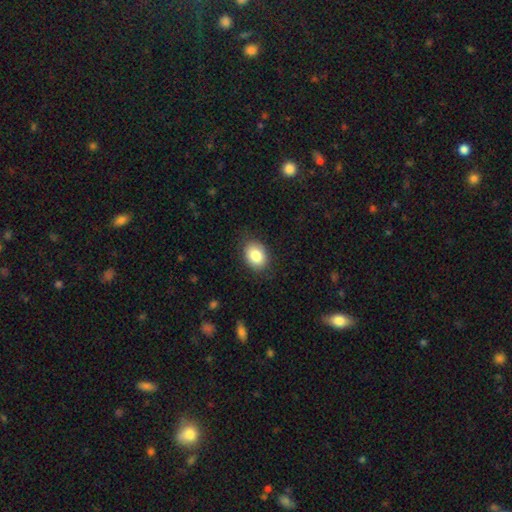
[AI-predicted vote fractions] The model was most divided on "how rounded": in between: 67%, round: 32%, cigar-shaped: 1%. More confident: smooth or featured — smooth (84%); merging — none (84%).